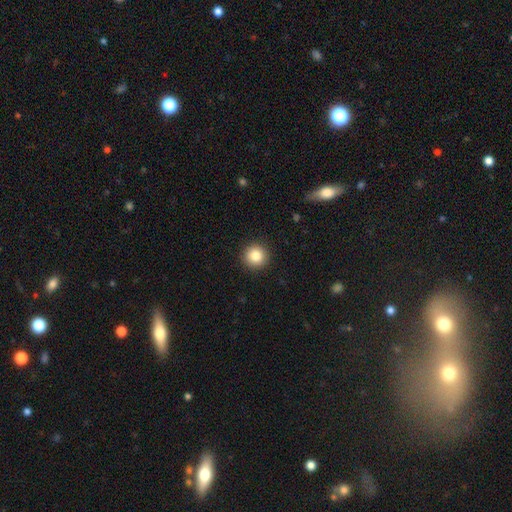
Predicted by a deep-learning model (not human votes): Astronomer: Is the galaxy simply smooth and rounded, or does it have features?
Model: smooth — 85%.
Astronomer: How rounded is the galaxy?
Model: round — 95%.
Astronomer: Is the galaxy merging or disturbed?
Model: none — 92%.